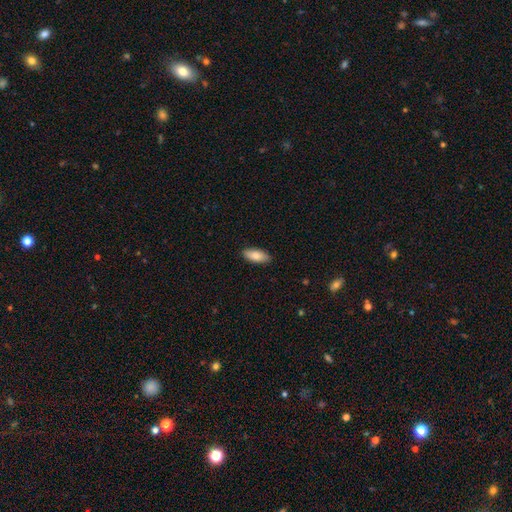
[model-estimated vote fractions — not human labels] This is clearly a smooth galaxy (85%). How rounded: clearly in between (81%). Merging: clearly none (89%).